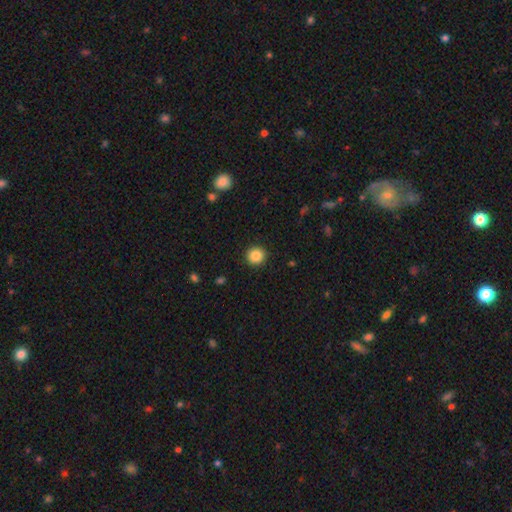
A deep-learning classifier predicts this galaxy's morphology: This appears to be a smooth galaxy with no disk features (87%) that is round (93%). Merging: none (91%).